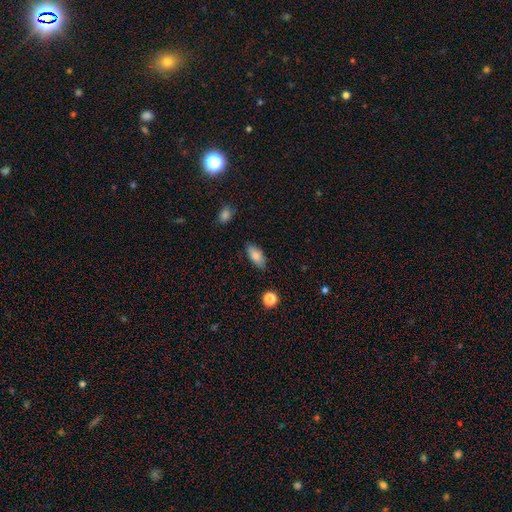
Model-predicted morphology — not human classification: The model was most divided on "merging": none: 82%, minor disturbance: 14%, major disturbance: 3%, merger: 2%. More confident: how rounded — in between (86%); smooth or featured — smooth (84%).